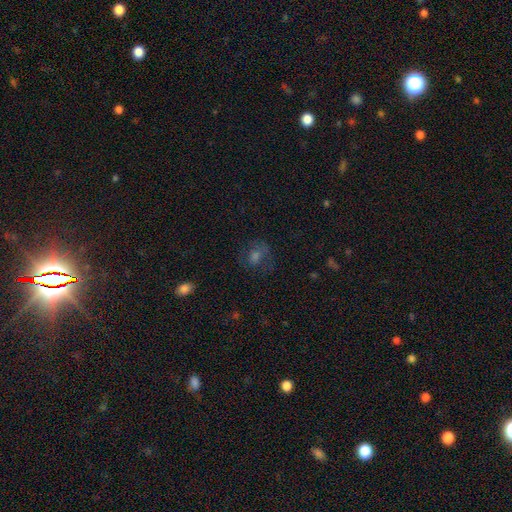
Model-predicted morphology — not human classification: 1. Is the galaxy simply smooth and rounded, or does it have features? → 46% smooth, 28% featured or disk, 26% star or artifact.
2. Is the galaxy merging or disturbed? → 64% none, 18% minor disturbance, 16% major disturbance, 2% merger.